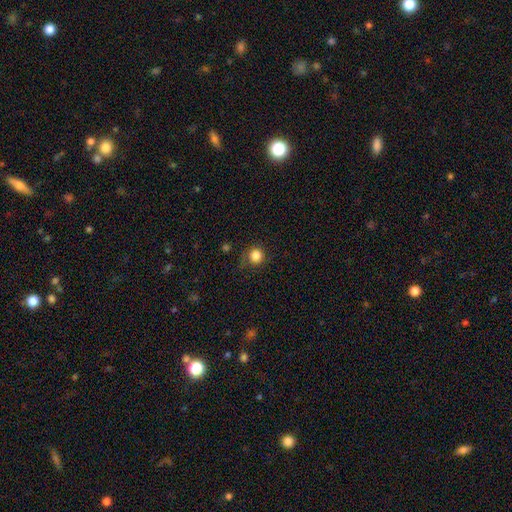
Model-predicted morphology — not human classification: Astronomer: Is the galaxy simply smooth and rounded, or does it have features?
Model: smooth — 84%.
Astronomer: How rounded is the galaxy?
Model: round — 93%.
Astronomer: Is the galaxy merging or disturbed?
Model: none — 79%.